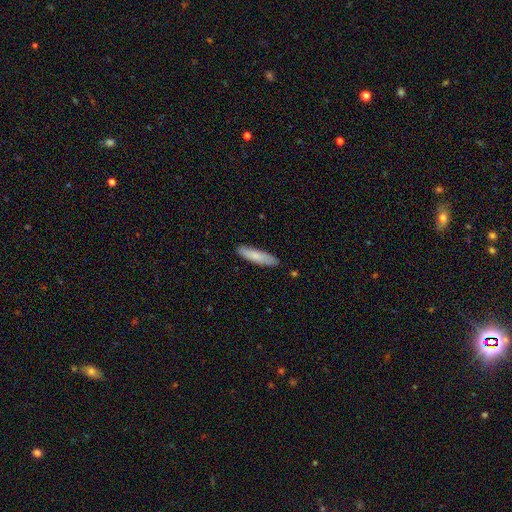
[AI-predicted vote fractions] Overall: smooth (79%). How rounded: cigar-shaped (79%). Merging: none (86%).